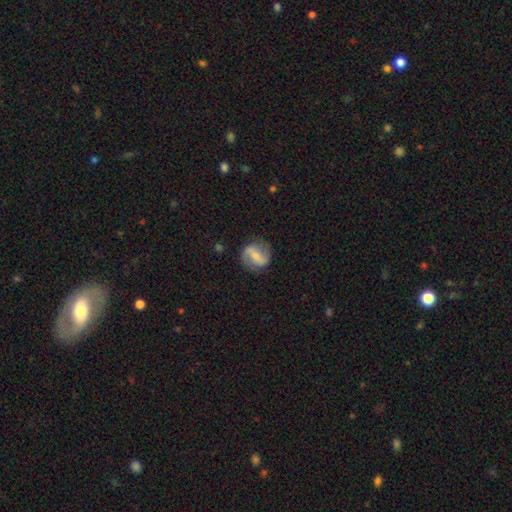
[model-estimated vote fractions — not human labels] featured or disk 73%, smooth 21%, star or artifact 6%. Down the decision tree: edge-on disk — no (97%); bar — strong (49%); spiral arms — yes (90%); spiral arm count — 2 (90%); spiral winding — medium (42%); bulge size — small (50%); merging — none (80%).